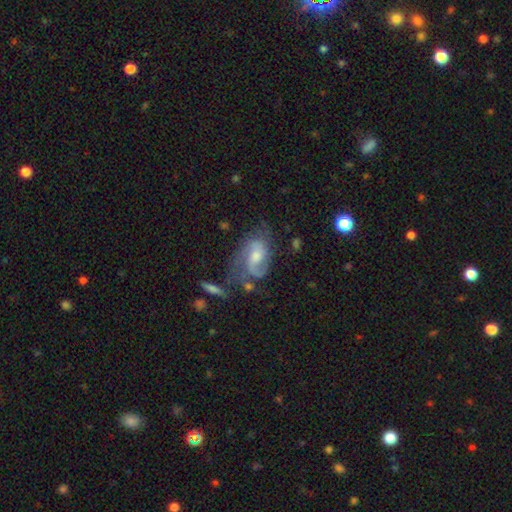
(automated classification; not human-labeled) Smooth or featured? featured or disk (77%)
Edge-on disk? no (96%)
Bar? no (50%)
Spiral arms? yes (92%)
Spiral winding? medium (46%)
Spiral arm count? 2 (59%)
Bulge size? moderate (54%)
Merging? none (49%)